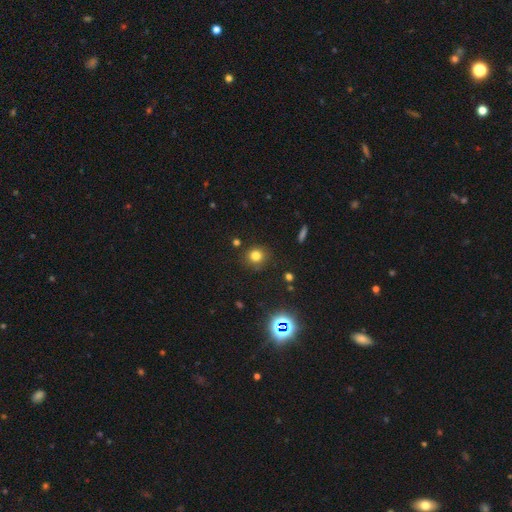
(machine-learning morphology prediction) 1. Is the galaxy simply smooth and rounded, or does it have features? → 77% smooth, 17% star or artifact, 7% featured or disk.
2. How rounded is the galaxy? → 88% round, 11% in between, 1% cigar-shaped.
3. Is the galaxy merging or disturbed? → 85% none, 9% minor disturbance, 3% major disturbance, 2% merger.